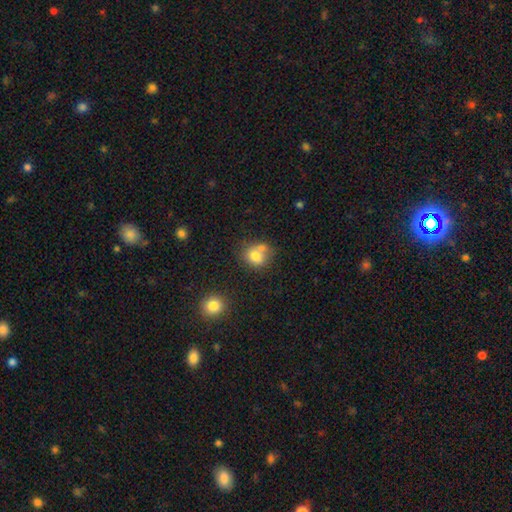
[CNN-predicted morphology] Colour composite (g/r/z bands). It shows a smooth galaxy with no disk features (77%) that is round (68%). Merging: none (45%).